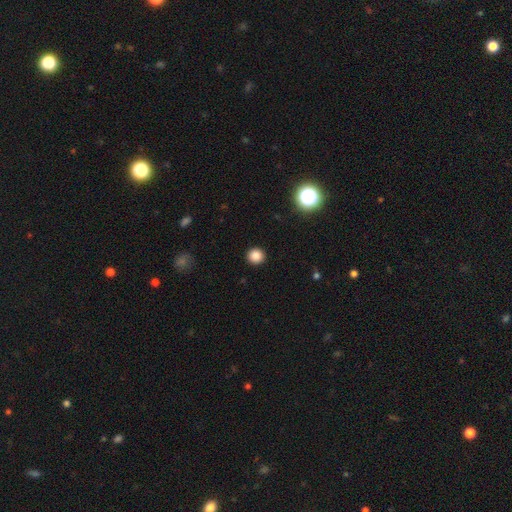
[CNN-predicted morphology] type=smooth (85%); roundness=round (94%); merging=none (93%).